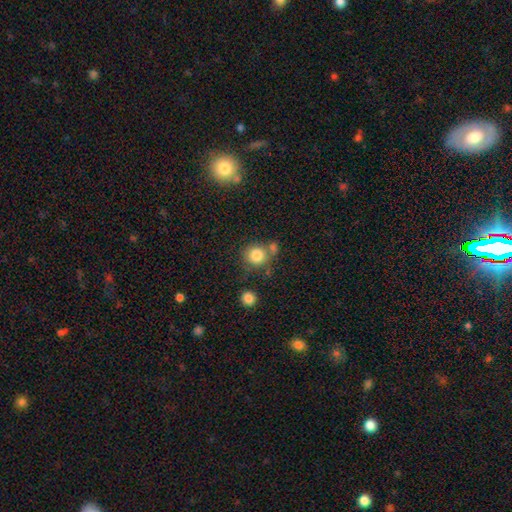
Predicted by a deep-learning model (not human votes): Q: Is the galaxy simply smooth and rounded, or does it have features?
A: smooth — 82%.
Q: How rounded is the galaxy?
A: round — 88%.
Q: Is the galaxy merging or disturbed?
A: none — 62%.